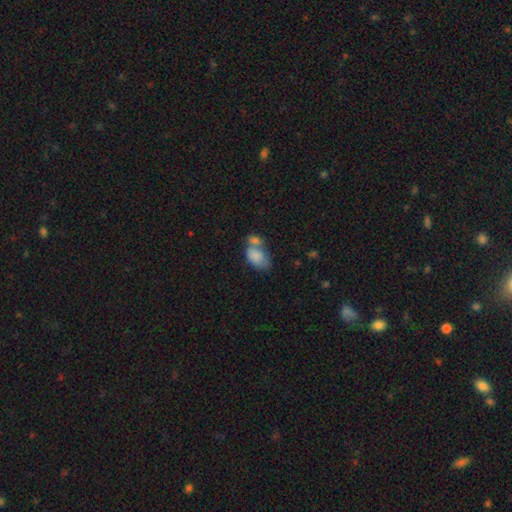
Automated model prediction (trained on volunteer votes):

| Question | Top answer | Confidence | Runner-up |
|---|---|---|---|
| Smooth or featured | smooth | 80% | featured or disk (13%) |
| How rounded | in between | 90% | round (9%) |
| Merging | merger | 52% | none (25%) |